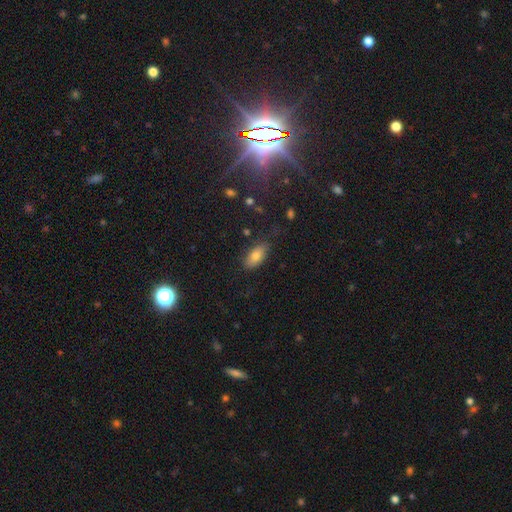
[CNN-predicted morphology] Smooth or featured? Predicted: smooth (p=0.77). How rounded? Predicted: in between (p=0.88). Merging? Predicted: none (p=0.77).